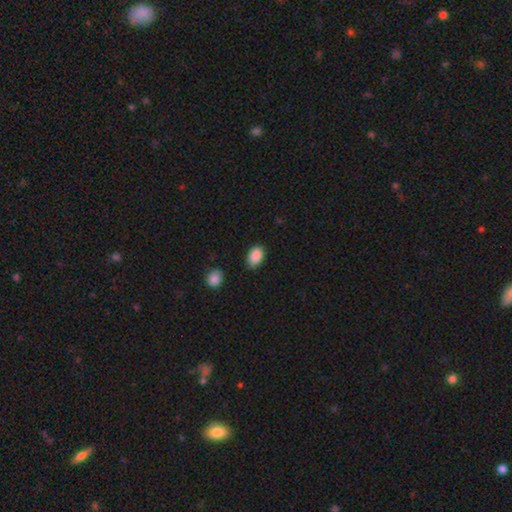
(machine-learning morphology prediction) Smooth or featured?
  - smooth: 89% *
  - star or artifact: 8%
  - featured or disk: 3%
How rounded?
  - in between: 86% *
  - round: 13%
  - cigar-shaped: 1%
Merging?
  - none: 79% *
  - minor disturbance: 16%
  - major disturbance: 3%
  - merger: 2%